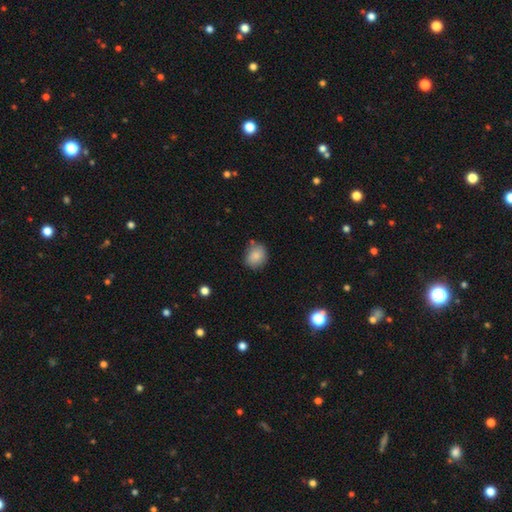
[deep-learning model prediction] smooth_or_featured: smooth (p=0.86) [alt: star or artifact p=0.08]
how_rounded: round (p=0.69) [alt: in between p=0.30]
merging: none (p=0.77) [alt: minor disturbance p=0.16]